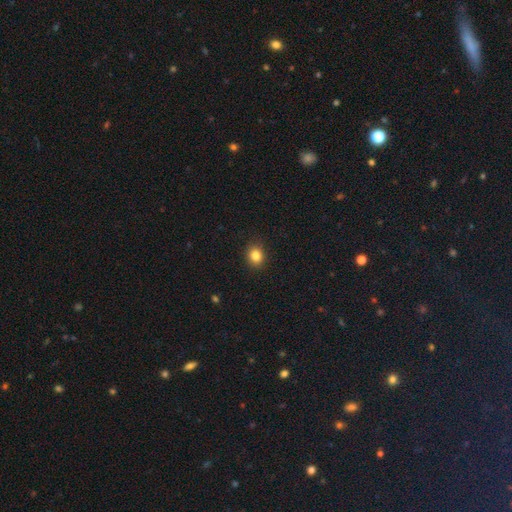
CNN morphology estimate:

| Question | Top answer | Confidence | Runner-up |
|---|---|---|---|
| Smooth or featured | smooth | 84% | star or artifact (11%) |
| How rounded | round | 68% | in between (32%) |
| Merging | none | 89% | minor disturbance (8%) |